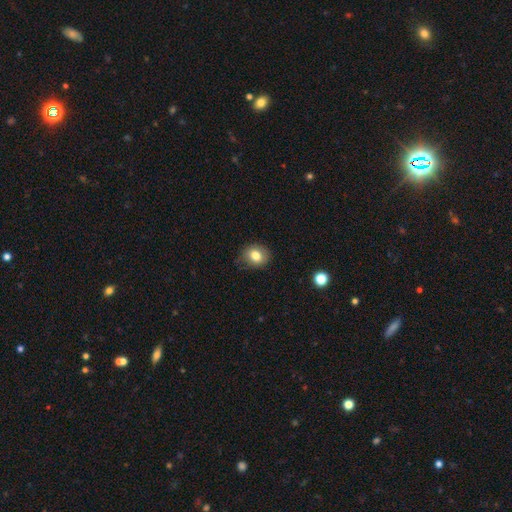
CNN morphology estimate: Q: Smooth or featured?
A: smooth (80%); runner-up: star or artifact (10%)
Q: How rounded?
A: round (65%); runner-up: in between (35%)
Q: Merging?
A: none (78%); runner-up: minor disturbance (17%)